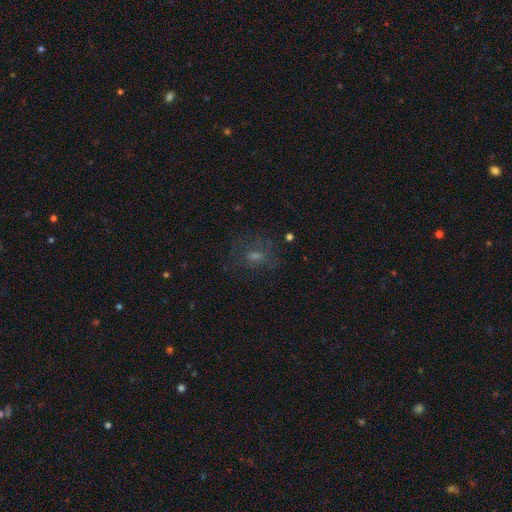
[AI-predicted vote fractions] Morphology: type=smooth (45%); merging=none (61%).